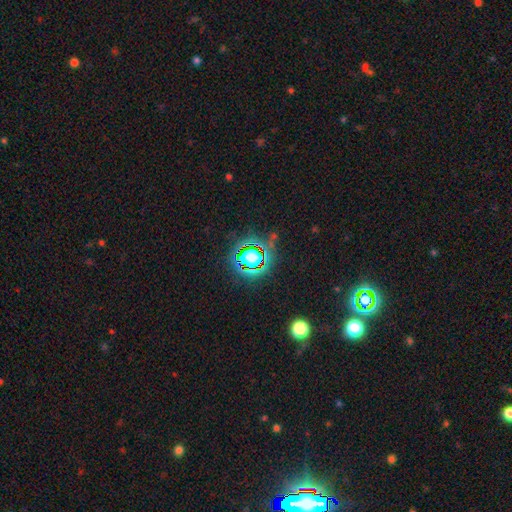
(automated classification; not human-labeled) A star or artifact, not a galaxy (80%).

Vote fractions:
- Smooth or featured? star or artifact: 80% / smooth: 12% / featured or disk: 8%